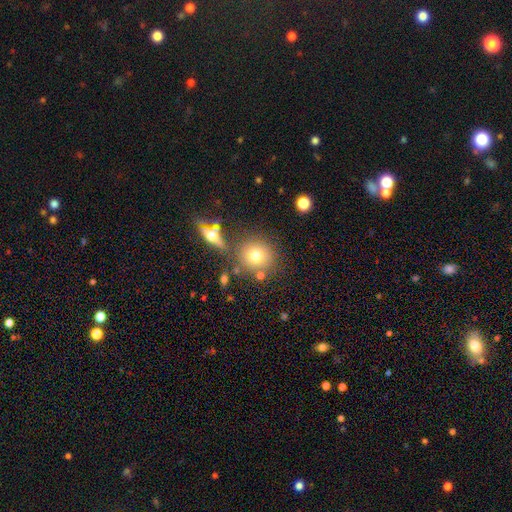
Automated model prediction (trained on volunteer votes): smooth_or_featured: smooth (p=0.71) [alt: featured or disk p=0.16]
how_rounded: round (p=0.88) [alt: in between p=0.11]
merging: none (p=0.75) [alt: merger p=0.11]